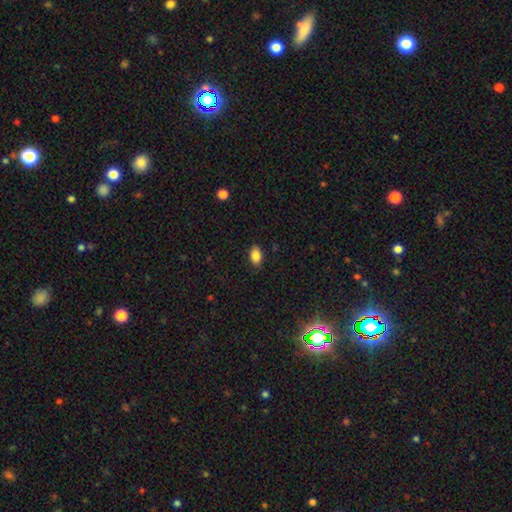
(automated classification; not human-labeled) smooth_or_featured: smooth (p=0.87) [alt: star or artifact p=0.09]
how_rounded: in between (p=0.87) [alt: round p=0.11]
merging: none (p=0.87) [alt: minor disturbance p=0.10]